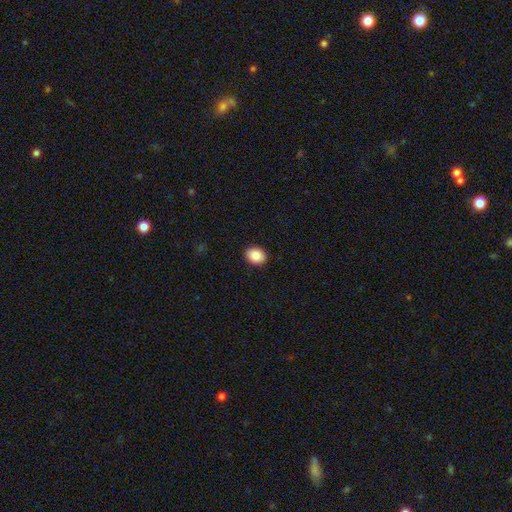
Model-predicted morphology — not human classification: Smooth or featured? smooth (87%)
How rounded? in between (61%)
Merging? none (91%)